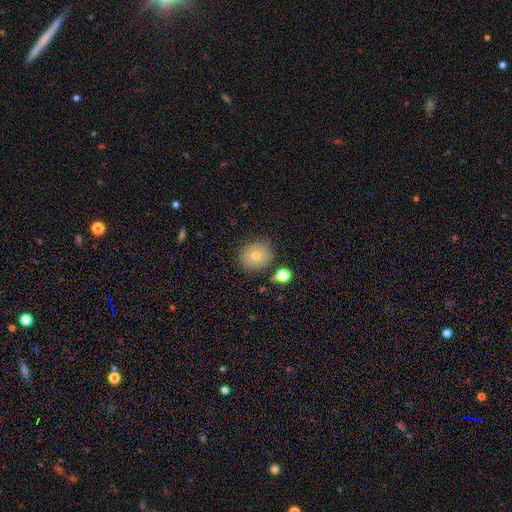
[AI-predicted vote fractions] smooth 74%, featured or disk 15%, star or artifact 11%. Down the decision tree: how rounded — round (78%); merging — none (78%).